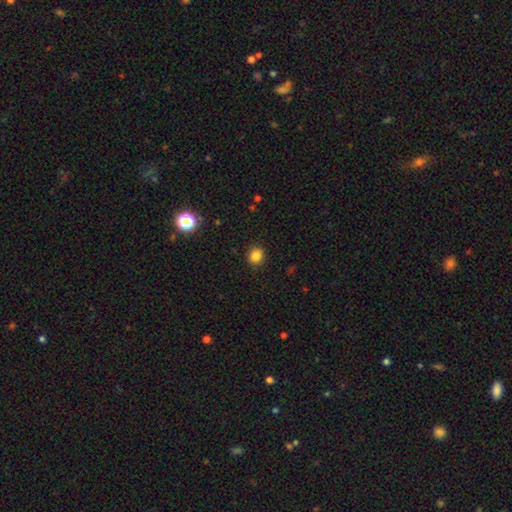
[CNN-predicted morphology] Smooth or featured: smooth — 84% (star or artifact — 12%)
How rounded: round — 82% (in between — 18%)
Merging: none — 91% (minor disturbance — 6%)